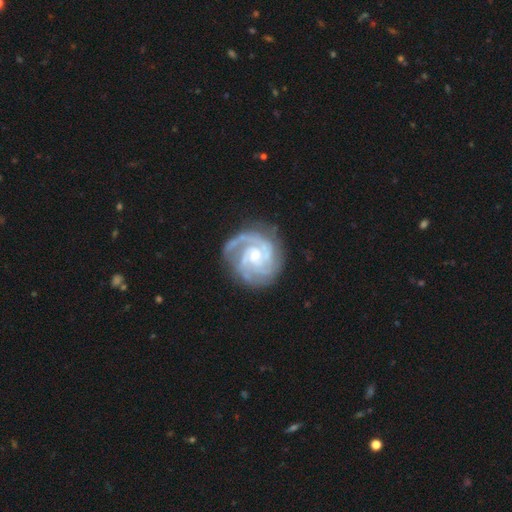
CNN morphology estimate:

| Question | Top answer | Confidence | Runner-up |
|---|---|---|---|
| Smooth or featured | featured or disk | 92% | smooth (4%) |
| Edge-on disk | no | 98% | yes (2%) |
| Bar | no | 63% | weak (31%) |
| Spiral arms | yes | 98% | no (2%) |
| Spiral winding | tight | 69% | medium (27%) |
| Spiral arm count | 3 | 40% | 2 (21%) |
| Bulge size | small | 47% | moderate (45%) |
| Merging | none | 77% | minor disturbance (16%) |